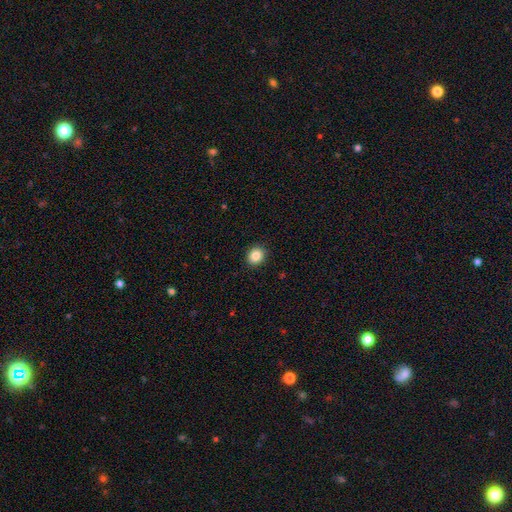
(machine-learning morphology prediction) Smooth or featured? smooth (86%)
How rounded? round (71%)
Merging? none (91%)